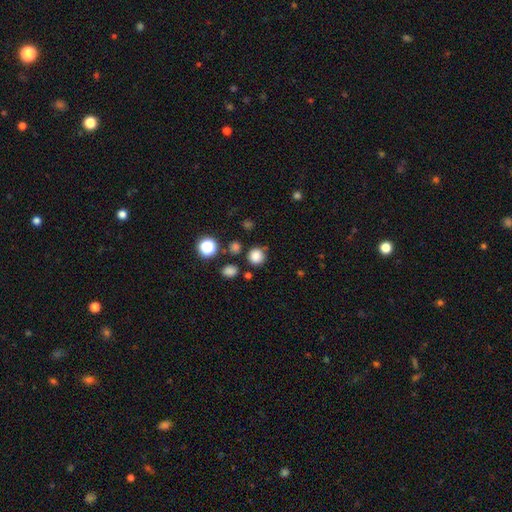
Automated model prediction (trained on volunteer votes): This appears to be a smooth galaxy with no disk features (82%) that is round (91%). Merging: none (80%).